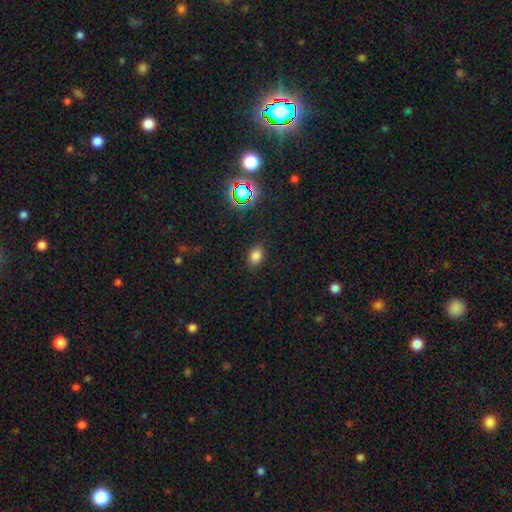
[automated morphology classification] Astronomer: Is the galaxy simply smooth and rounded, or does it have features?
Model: smooth — 78%.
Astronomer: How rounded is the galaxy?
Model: in between — 72%.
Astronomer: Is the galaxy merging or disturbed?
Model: none — 85%.